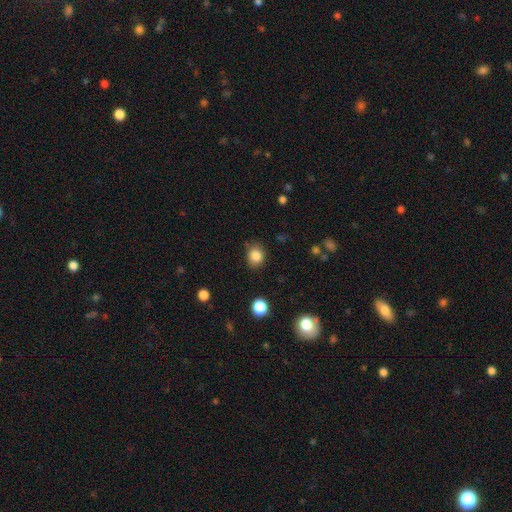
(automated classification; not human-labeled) Overall: smooth (85%). How rounded: round (67%; in between 32%). Merging: none (80%).